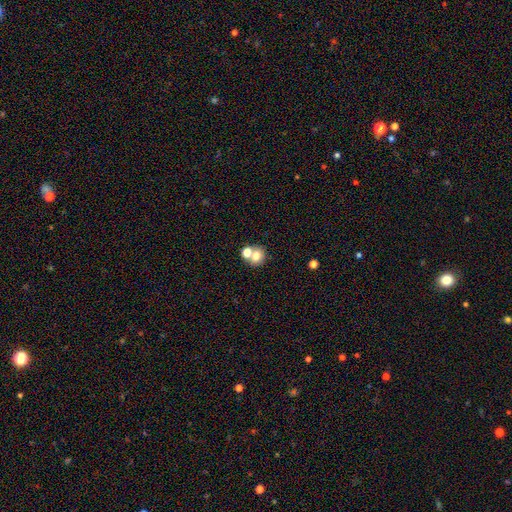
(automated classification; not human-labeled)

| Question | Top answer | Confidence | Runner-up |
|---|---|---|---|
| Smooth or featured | smooth | 72% | featured or disk (15%) |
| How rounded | round | 77% | in between (22%) |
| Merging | none | 48% | merger (42%) |